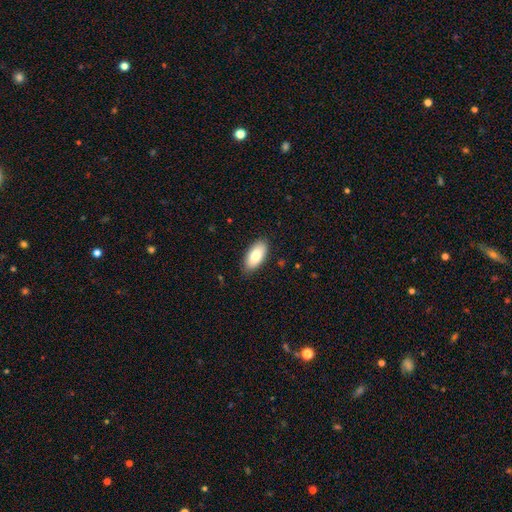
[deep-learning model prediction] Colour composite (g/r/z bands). It shows a smooth galaxy with no disk features (81%) that is in between round and cigar-shaped (93%). Merging: none (84%).